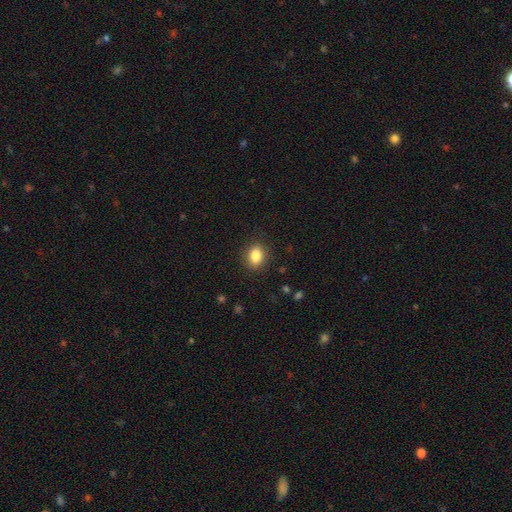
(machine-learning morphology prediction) Smooth or featured? smooth (86%)
How rounded? in between (68%)
Merging? none (88%)